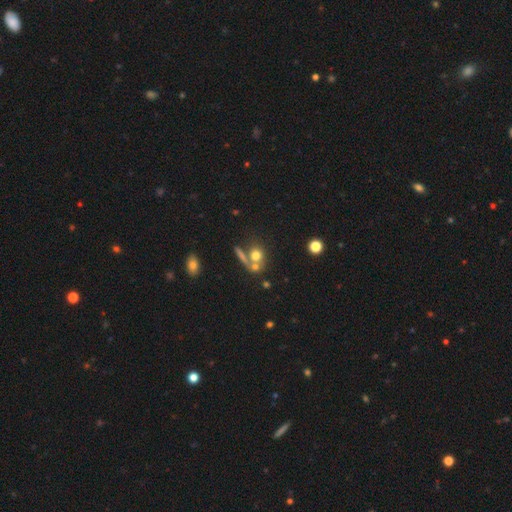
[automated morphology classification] Q: Smooth or featured?
A: smooth (69%); runner-up: featured or disk (17%)
Q: How rounded?
A: round (69%); runner-up: in between (26%)
Q: Merging?
A: none (45%); runner-up: merger (40%)